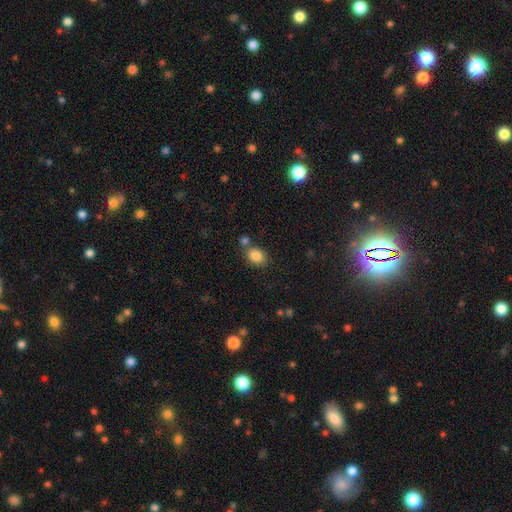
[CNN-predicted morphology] smooth_or_featured: smooth (p=0.86) [alt: star or artifact p=0.09]
how_rounded: in between (p=0.52) [alt: round p=0.46]
merging: none (p=0.64) [alt: merger p=0.20]